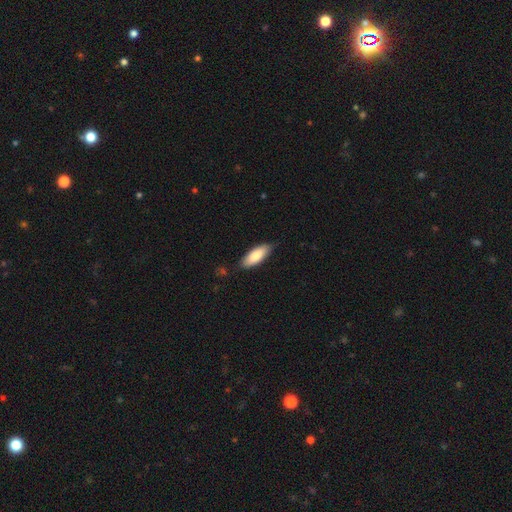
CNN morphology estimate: Smooth or featured?
  - smooth: 78% *
  - featured or disk: 17%
  - star or artifact: 6%
How rounded?
  - in between: 71% *
  - cigar-shaped: 27%
  - round: 2%
Merging?
  - none: 83% *
  - minor disturbance: 14%
  - major disturbance: 2%
  - merger: 1%